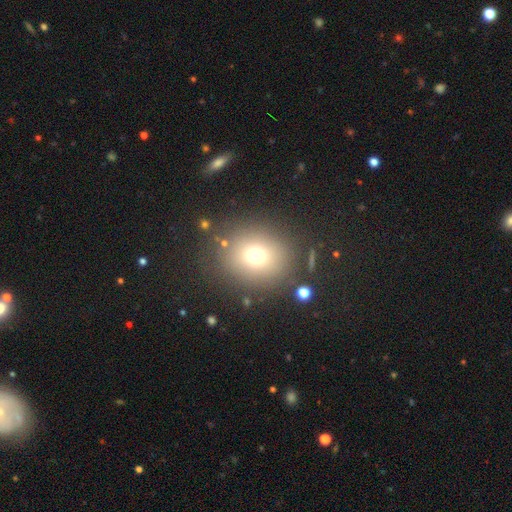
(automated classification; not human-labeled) Morphology: type=smooth (70%); roundness=round (80%); merging=none (82%).